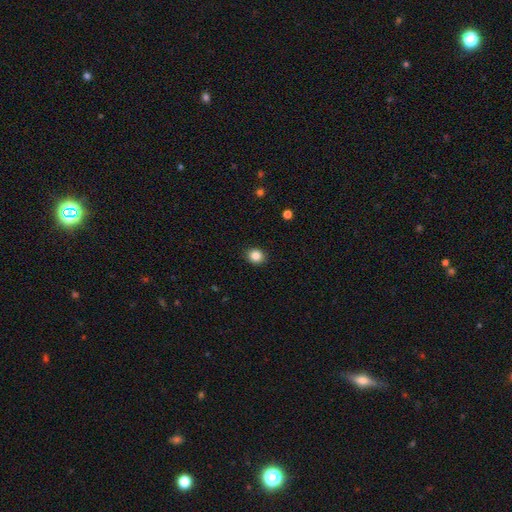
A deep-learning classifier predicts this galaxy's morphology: A smooth galaxy with no disk features (85%) that is round (73%).

Vote fractions:
- Smooth or featured? smooth: 85% / star or artifact: 10% / featured or disk: 5%
- How rounded? round: 73% / in between: 26% / cigar-shaped: 1%
- Merging? none: 91% / minor disturbance: 6% / major disturbance: 2% / merger: 1%